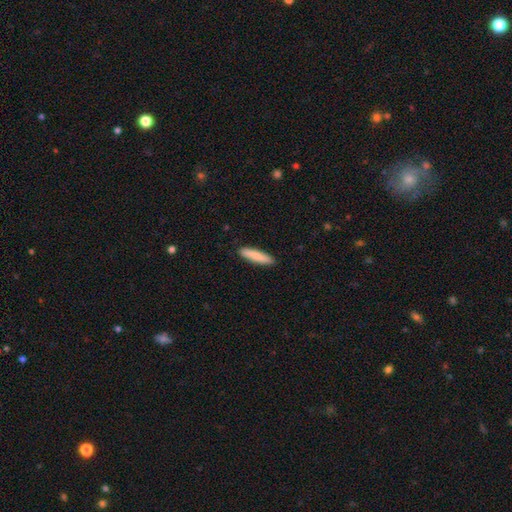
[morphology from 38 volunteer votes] Overall: smooth (87%). How rounded: cigar-shaped (82%). Merging: none (94%).